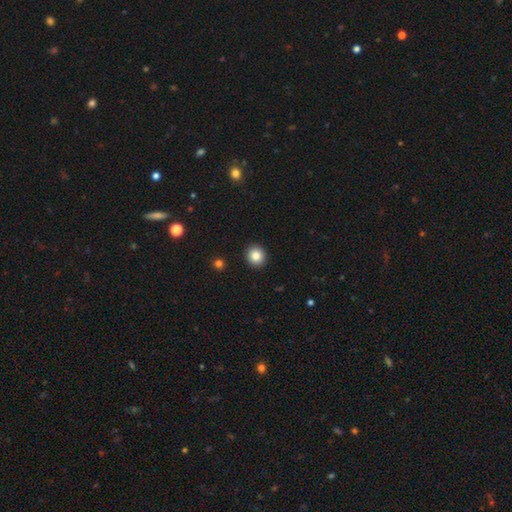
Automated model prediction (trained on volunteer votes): Smooth or featured? Predicted: smooth (p=0.85). How rounded? Predicted: round (p=0.85). Merging? Predicted: none (p=0.92).